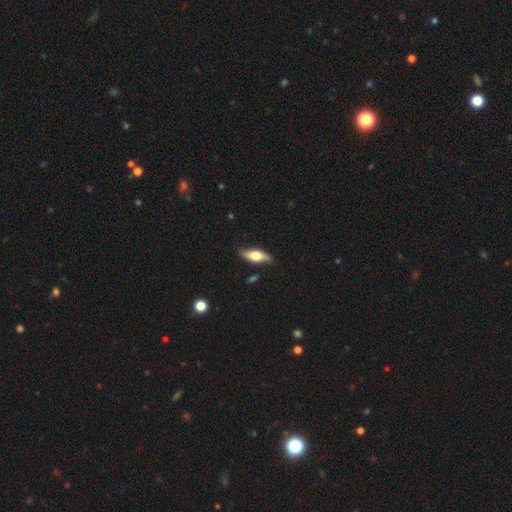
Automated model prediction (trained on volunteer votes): Smooth or featured? Predicted: smooth (p=0.48). Merging? Predicted: none (p=0.80).